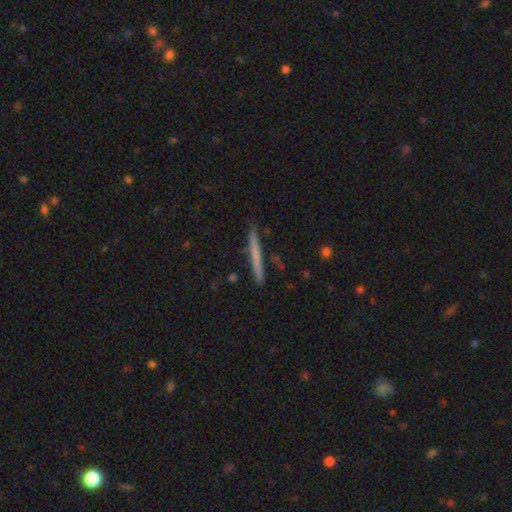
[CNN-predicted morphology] Smooth or featured? smooth (58%)
How rounded? cigar-shaped (97%)
Merging? none (91%)